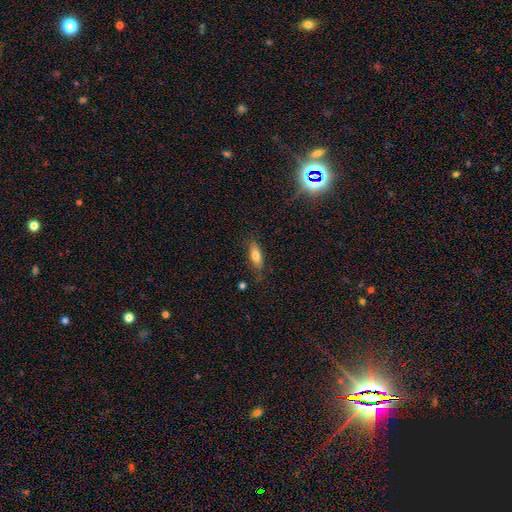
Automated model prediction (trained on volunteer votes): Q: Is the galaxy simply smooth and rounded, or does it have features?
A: smooth — 75%.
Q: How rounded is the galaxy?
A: in between — 64%.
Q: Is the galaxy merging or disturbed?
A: none — 76%.